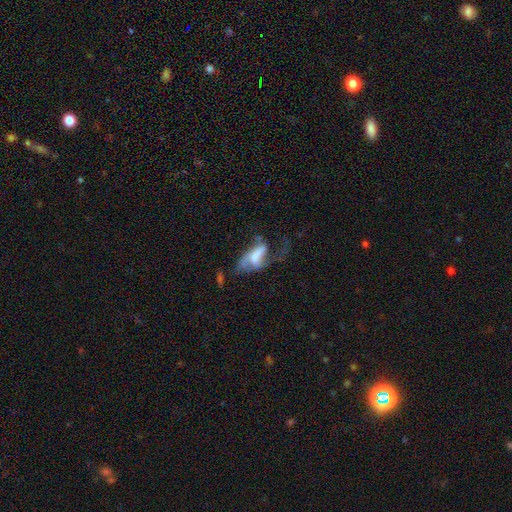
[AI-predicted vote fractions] A featured or disk galaxy (59%) with no bar (40%), spiral arms (68%) and a moderate central bulge (31%).

Vote fractions:
- Smooth or featured? featured or disk: 59% / smooth: 33% / star or artifact: 8%
- Edge-on disk? no: 91% / yes: 9%
- Bar? no: 40% / weak: 36% / strong: 24%
- Spiral arms? yes: 68% / no: 32%
- Bulge size? moderate: 31% / small: 23% / none: 22% / large: 20% / dominant: 4%
- Merging? major disturbance: 56% / none: 21% / minor disturbance: 16% / merger: 7%